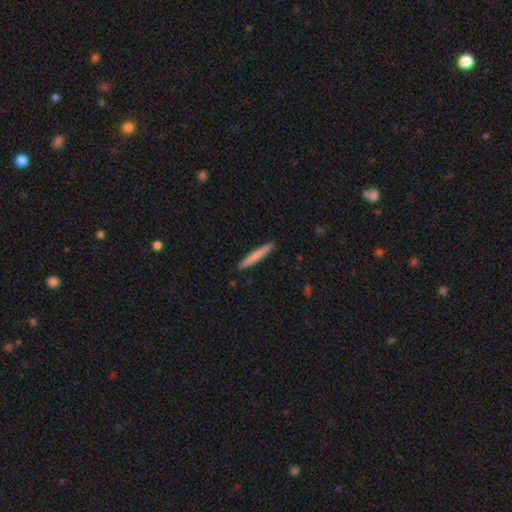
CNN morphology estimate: This appears to be a smooth galaxy with no disk features (74%) that is cigar-shaped (96%). Merging: none (92%).